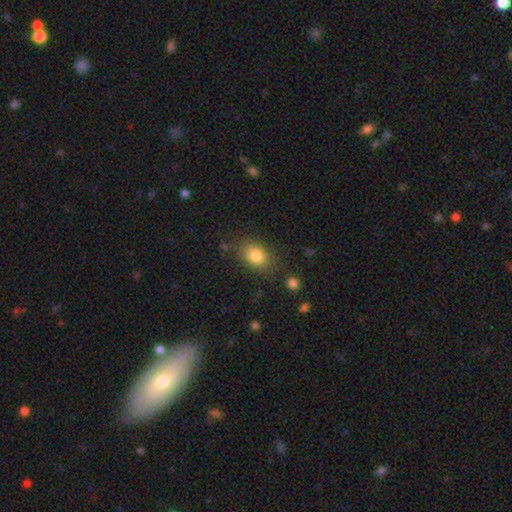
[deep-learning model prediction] Smooth or featured? Predicted: smooth (p=0.84). How rounded? Predicted: in between (p=0.68). Merging? Predicted: none (p=0.79).